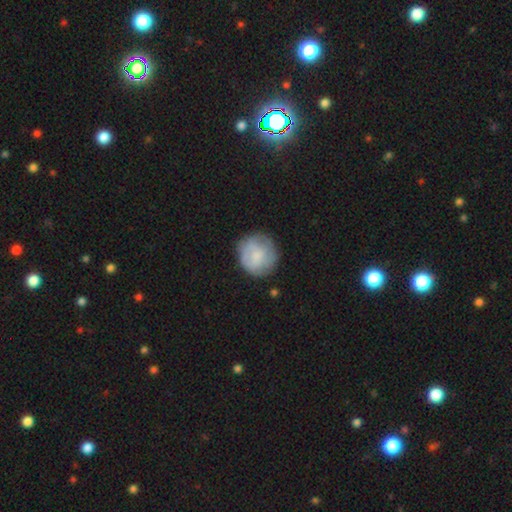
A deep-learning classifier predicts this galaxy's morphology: The model was most divided on "smooth or featured": smooth: 68%, featured or disk: 26%, star or artifact: 7%. More confident: how rounded — round (91%); merging — none (73%).